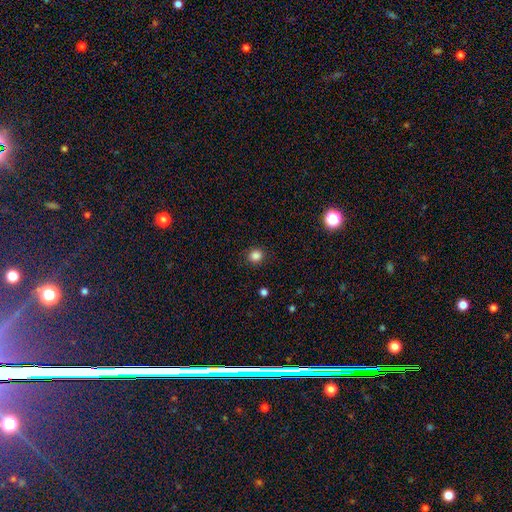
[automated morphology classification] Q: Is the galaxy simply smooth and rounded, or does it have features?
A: smooth — 85%.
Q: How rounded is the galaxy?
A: round — 87%.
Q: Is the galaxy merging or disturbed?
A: none — 90%.